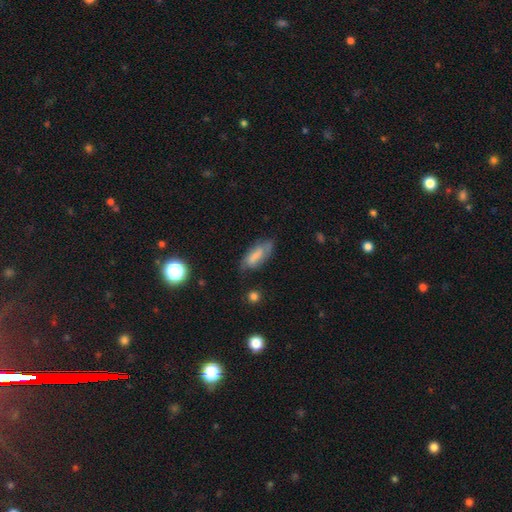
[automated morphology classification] type=smooth (64%); roundness=in between (73%); merging=none (58%).